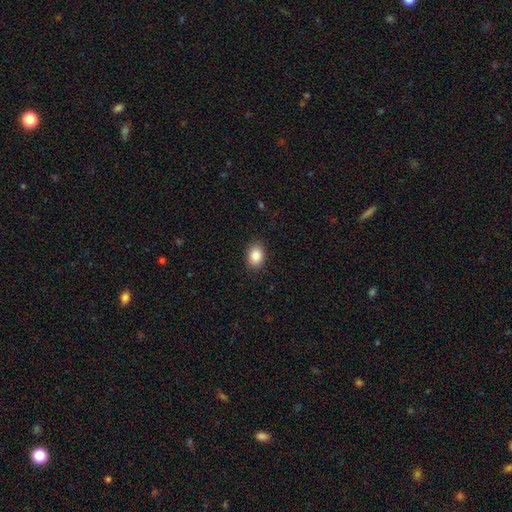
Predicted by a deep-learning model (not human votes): The model was most divided on "how rounded": in between: 71%, round: 28%, cigar-shaped: 1%. More confident: merging — none (88%); smooth or featured — smooth (87%).